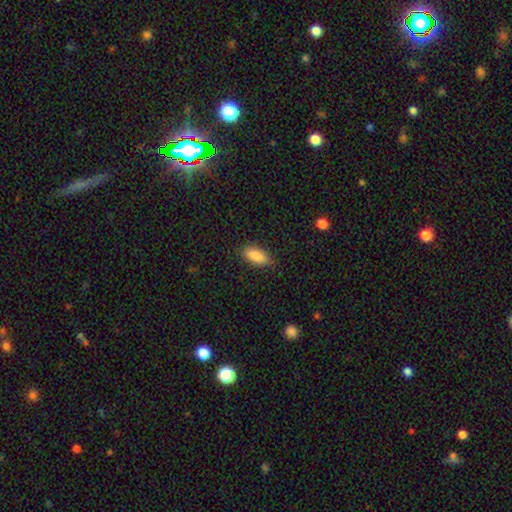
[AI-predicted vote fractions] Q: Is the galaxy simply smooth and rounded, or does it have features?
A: smooth — 87%.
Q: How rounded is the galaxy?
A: in between — 83%.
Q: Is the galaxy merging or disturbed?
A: none — 86%.